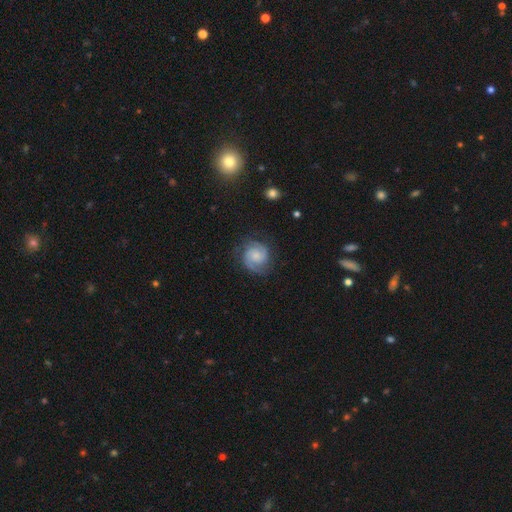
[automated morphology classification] Smooth or featured? Predicted: featured or disk (p=0.74). Edge-on disk? Predicted: no (p=0.98). Bar? Predicted: no (p=0.65). Spiral arms? Predicted: yes (p=0.96). Spiral winding? Predicted: tight (p=0.51). Spiral arm count? Predicted: 2 (p=0.78). Bulge size? Predicted: small (p=0.52). Merging? Predicted: none (p=0.76).